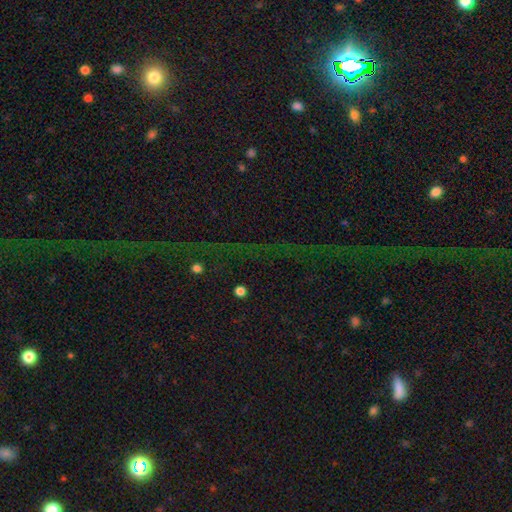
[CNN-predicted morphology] star or artifact 73%, featured or disk 14%, smooth 13%.